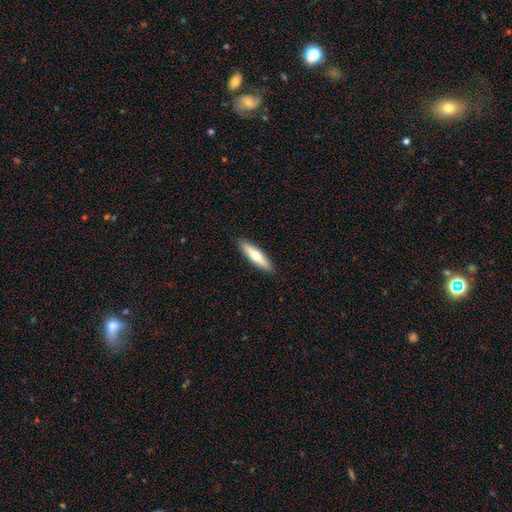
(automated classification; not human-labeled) Smooth or featured? smooth (59%)
How rounded? cigar-shaped (76%)
Merging? none (90%)